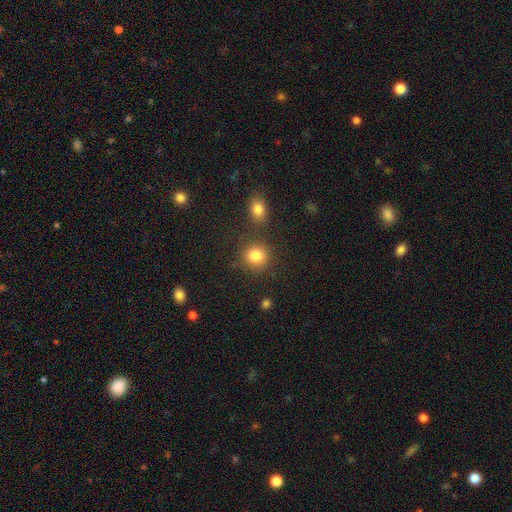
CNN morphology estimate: smooth 83%, star or artifact 11%, featured or disk 6%. Down the decision tree: how rounded — round (88%); merging — none (83%).